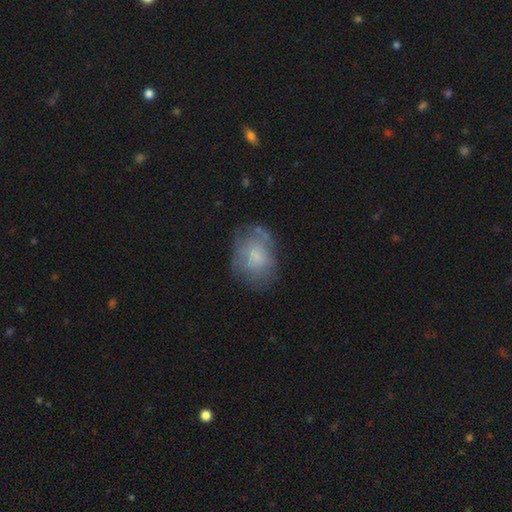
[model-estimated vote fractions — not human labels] Smooth or featured: smooth — 55% (featured or disk — 36%)
How rounded: in between — 66% (round — 33%)
Merging: none — 57% (minor disturbance — 26%)